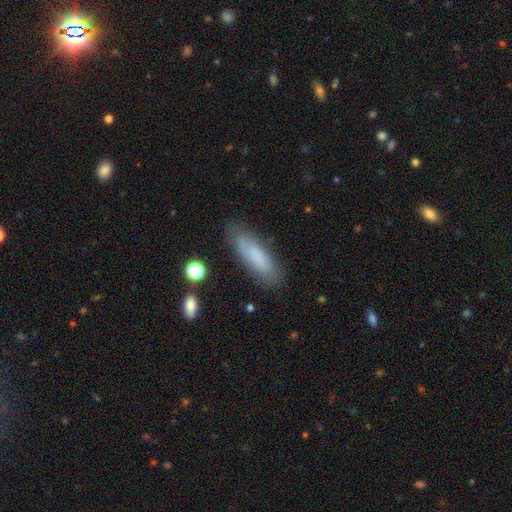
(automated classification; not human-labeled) This is likely a smooth galaxy (75%). How rounded: possibly cigar-shaped (52%). Merging: likely none (77%).